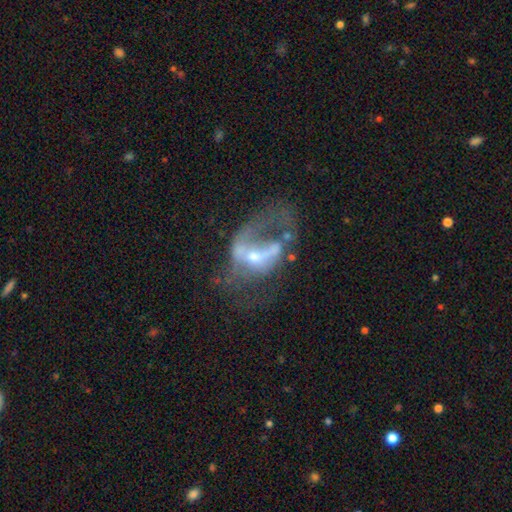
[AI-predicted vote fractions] A featured or disk galaxy (69%) with no bar (57%), no spiral arms (55%) and a moderate central bulge (45%). Merging: major disturbance (52%).